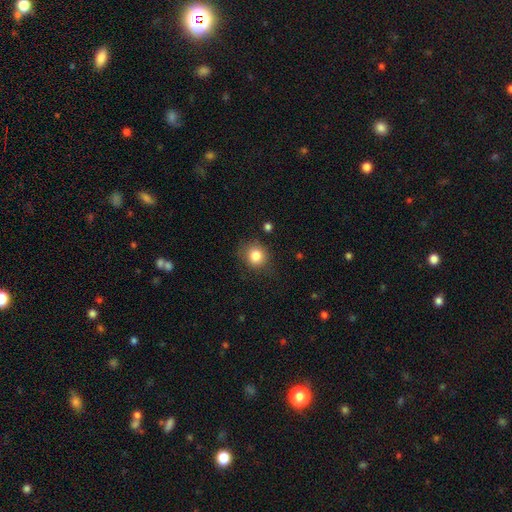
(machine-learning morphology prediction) A smooth galaxy with no disk features (83%) that is round (83%).

Vote fractions:
- Smooth or featured? smooth: 83% / star or artifact: 10% / featured or disk: 7%
- How rounded? round: 83% / in between: 16% / cigar-shaped: 1%
- Merging? none: 76% / minor disturbance: 17% / major disturbance: 5% / merger: 2%